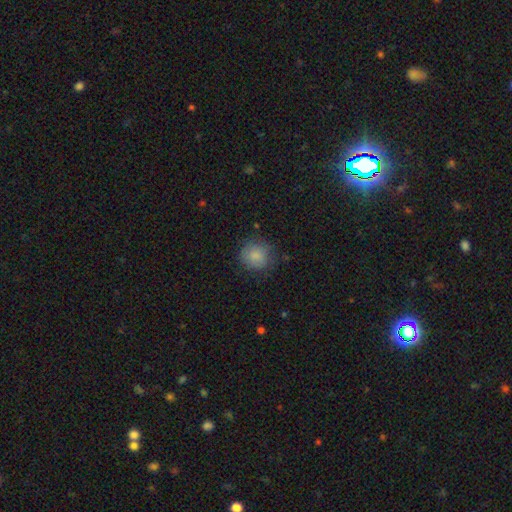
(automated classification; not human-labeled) This appears to be a smooth galaxy with no disk features (84%) that is round (89%). Merging: none (75%).